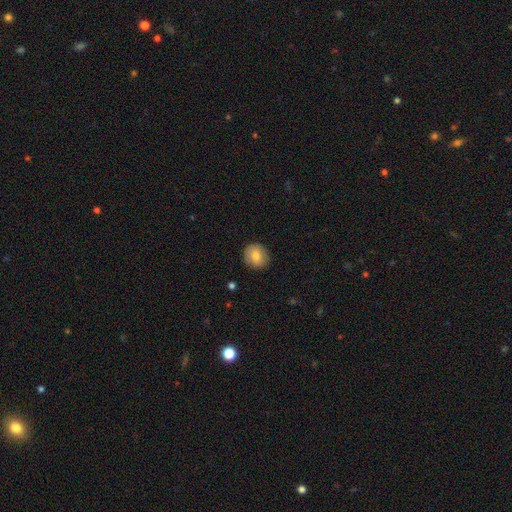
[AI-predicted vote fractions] This appears to be a smooth galaxy with no disk features (78%) that is round (84%). Merging: none (87%).